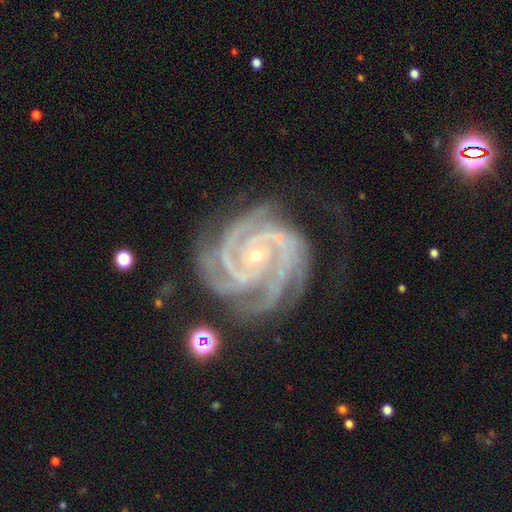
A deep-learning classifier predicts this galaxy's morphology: type=featured or disk (93%); edge-on=no (98%); bar=no (64%); spiral arms=yes (99%); winding=tight (73%); arm count=3 (40%); bulge=small (79%); merging=none (68%).